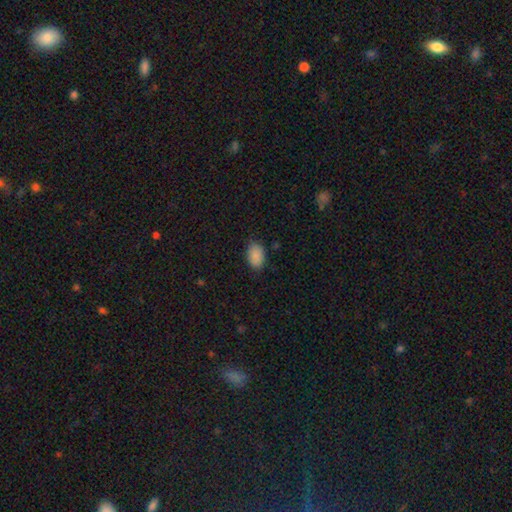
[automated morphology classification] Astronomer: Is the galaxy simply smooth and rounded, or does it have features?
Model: smooth — 89%.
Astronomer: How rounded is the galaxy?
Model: in between — 90%.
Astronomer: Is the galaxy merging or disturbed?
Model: none — 84%.